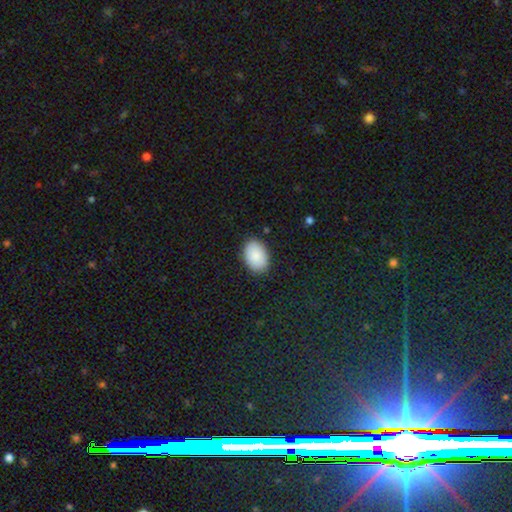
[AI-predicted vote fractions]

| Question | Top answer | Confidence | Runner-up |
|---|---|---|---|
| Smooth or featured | smooth | 89% | star or artifact (6%) |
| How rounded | in between | 88% | round (11%) |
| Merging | none | 88% | minor disturbance (9%) |